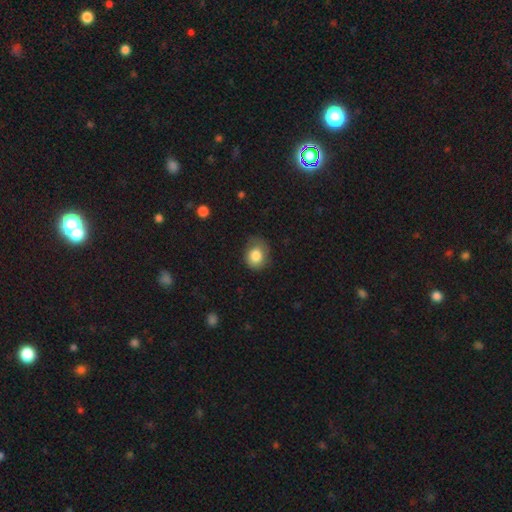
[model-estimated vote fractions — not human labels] Smooth or featured? Predicted: smooth (p=0.82). How rounded? Predicted: round (p=0.64). Merging? Predicted: none (p=0.59).